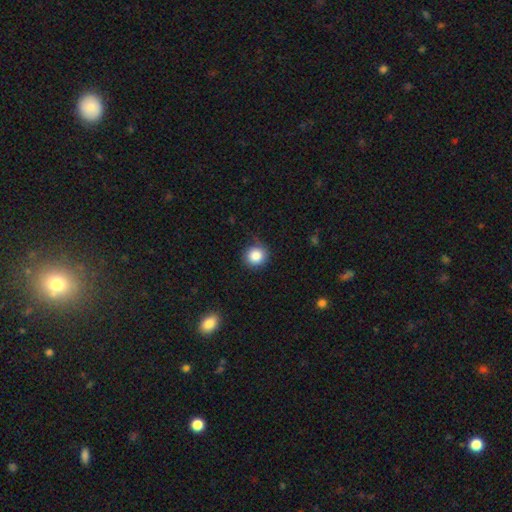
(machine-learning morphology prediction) smooth-or-featured: smooth: 86% | star or artifact: 10% | featured or disk: 4%
  how-rounded: round: 91% | in between: 8% | cigar-shaped: 1%
  merging: none: 84% | minor disturbance: 12% | major disturbance: 3% | merger: 1%